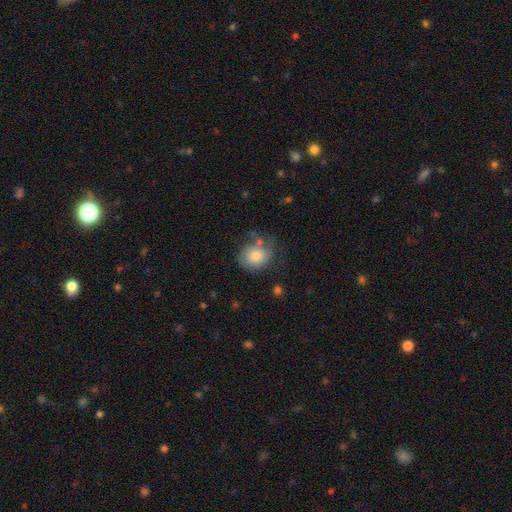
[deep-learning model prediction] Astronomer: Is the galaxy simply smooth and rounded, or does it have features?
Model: smooth — 67%.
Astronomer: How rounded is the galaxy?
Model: round — 64%.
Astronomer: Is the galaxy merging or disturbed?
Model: none — 49% (runner-up: minor disturbance, 28%).